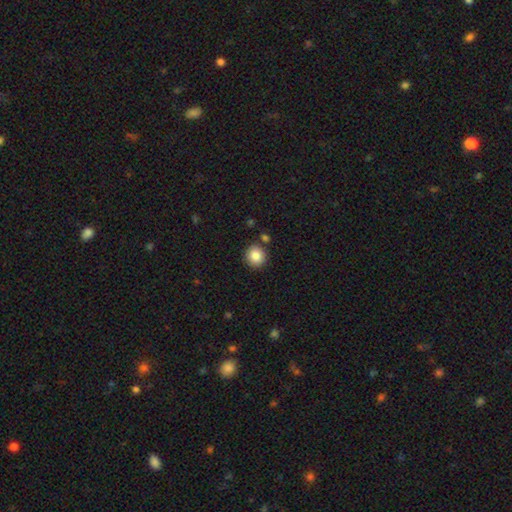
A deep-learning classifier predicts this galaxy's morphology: Smooth or featured?
  - smooth: 85% *
  - star or artifact: 9%
  - featured or disk: 5%
How rounded?
  - round: 91% *
  - in between: 8%
  - cigar-shaped: 1%
Merging?
  - none: 85% *
  - minor disturbance: 8%
  - merger: 5%
  - major disturbance: 2%